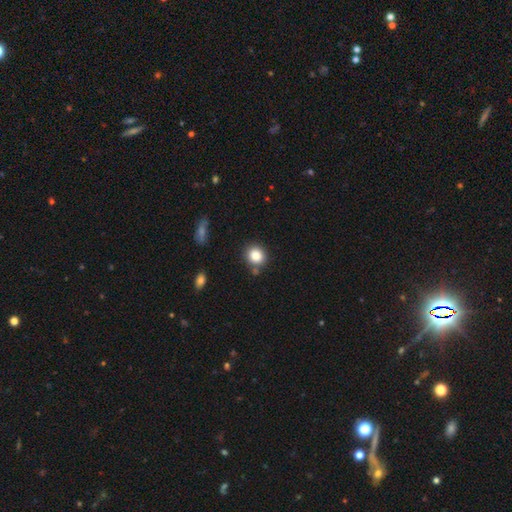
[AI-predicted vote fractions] Q: Smooth or featured?
A: smooth (85%); runner-up: star or artifact (10%)
Q: How rounded?
A: round (79%); runner-up: in between (20%)
Q: Merging?
A: none (77%); runner-up: minor disturbance (12%)